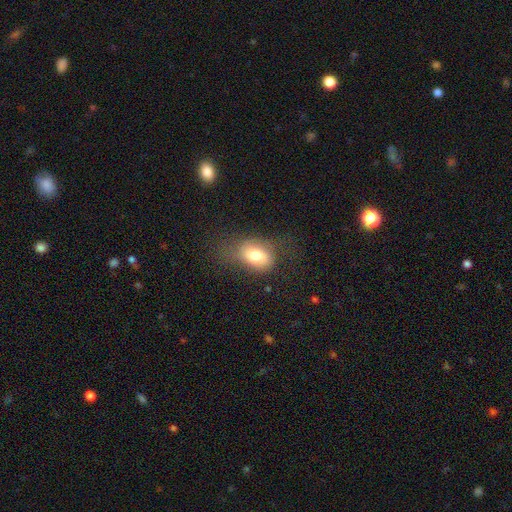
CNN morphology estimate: The model was most divided on "merging": none: 55%, minor disturbance: 25%, major disturbance: 18%, merger: 2%. More confident: how rounded — in between (78%); smooth or featured — smooth (74%).